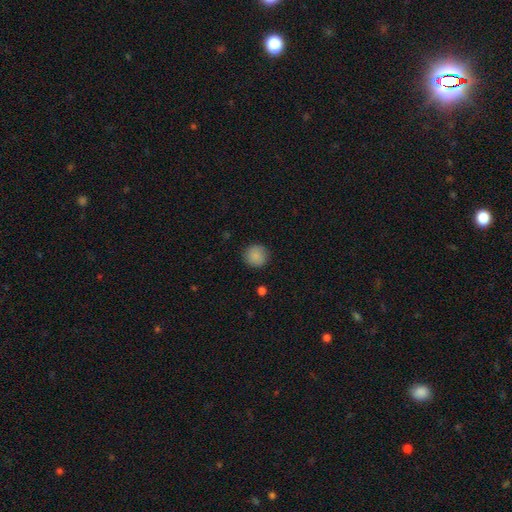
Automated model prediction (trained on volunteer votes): This appears to be a smooth galaxy with no disk features (88%) that is round (93%). Merging: none (89%).